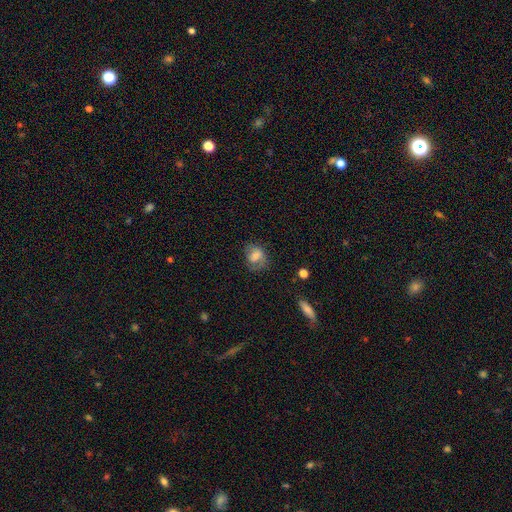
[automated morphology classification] Smooth or featured? smooth (60%)
How rounded? in between (51%)
Merging? none (57%)